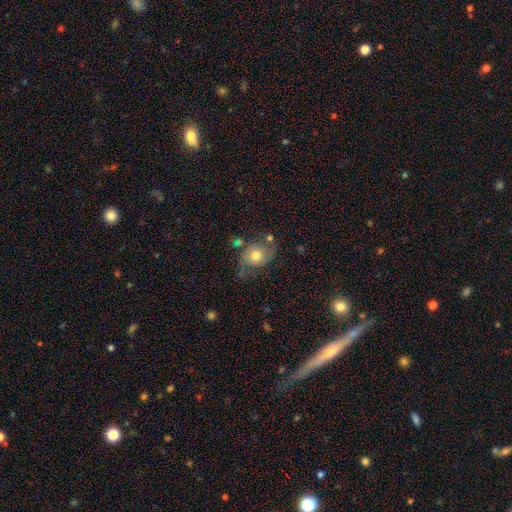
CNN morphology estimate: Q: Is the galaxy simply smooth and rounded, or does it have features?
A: smooth — 54%.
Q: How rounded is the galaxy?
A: round — 50%.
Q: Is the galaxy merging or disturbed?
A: none — 53%.